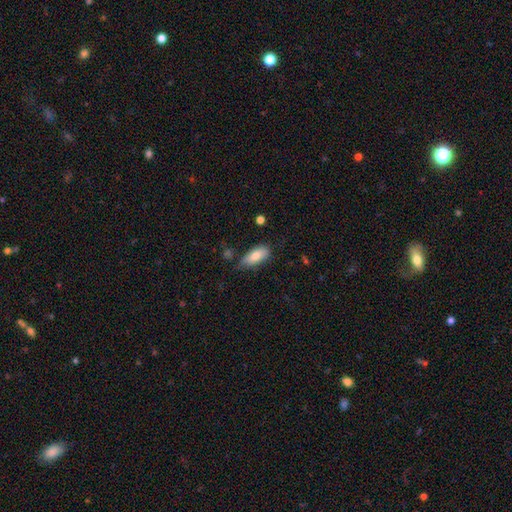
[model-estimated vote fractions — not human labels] Morphology: type=smooth (81%); roundness=in between (83%); merging=none (67%).